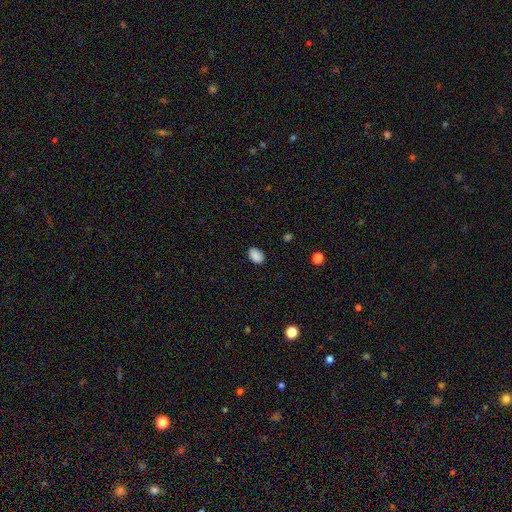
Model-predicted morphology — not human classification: A smooth galaxy with no disk features (88%) that is in between round and cigar-shaped (84%).

Vote fractions:
- Smooth or featured? smooth: 88% / star or artifact: 8% / featured or disk: 3%
- How rounded? in between: 84% / round: 15% / cigar-shaped: 1%
- Merging? none: 86% / minor disturbance: 11% / major disturbance: 2% / merger: 1%